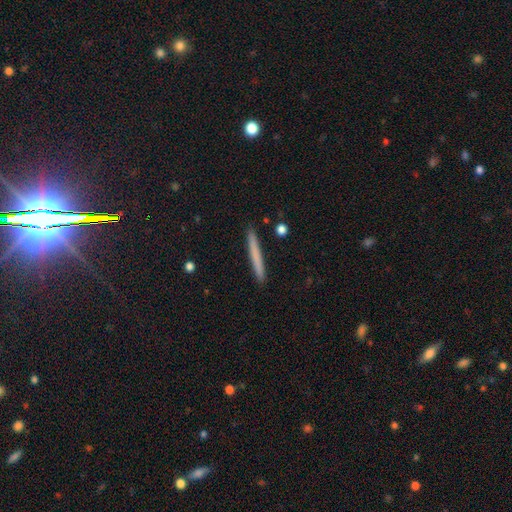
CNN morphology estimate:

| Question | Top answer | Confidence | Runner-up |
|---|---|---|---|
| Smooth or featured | smooth | 69% | featured or disk (25%) |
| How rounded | cigar-shaped | 97% | in between (2%) |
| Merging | none | 92% | minor disturbance (5%) |